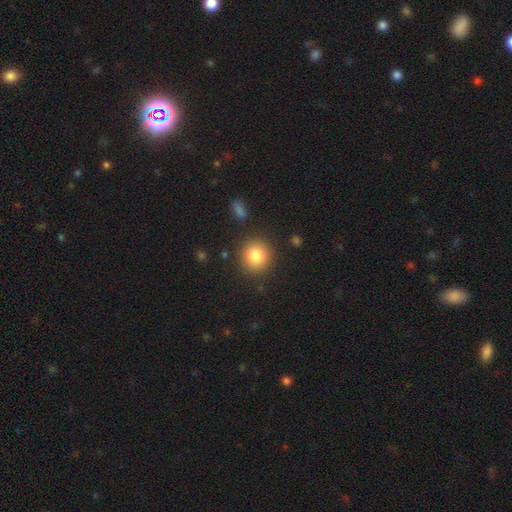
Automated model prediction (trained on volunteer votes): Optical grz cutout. It shows a smooth galaxy with no disk features (83%) that is round (89%). Merging: none (87%).